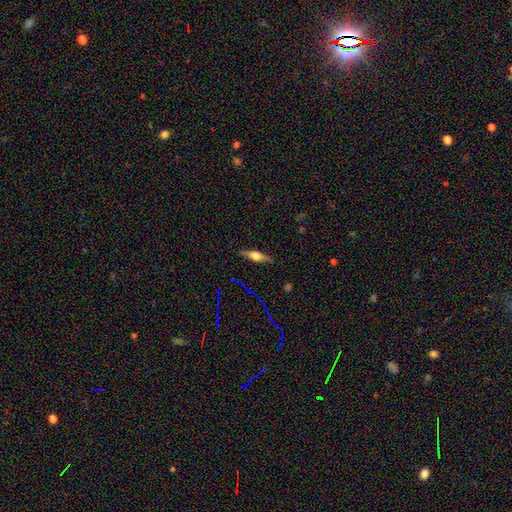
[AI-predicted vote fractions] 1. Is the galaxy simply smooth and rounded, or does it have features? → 57% featured or disk, 34% smooth, 9% star or artifact.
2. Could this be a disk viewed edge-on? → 94% yes, 6% no.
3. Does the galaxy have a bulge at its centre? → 88% rounded, 9% boxy, 2% none.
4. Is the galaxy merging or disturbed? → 86% none, 10% minor disturbance, 2% major disturbance, 1% merger.